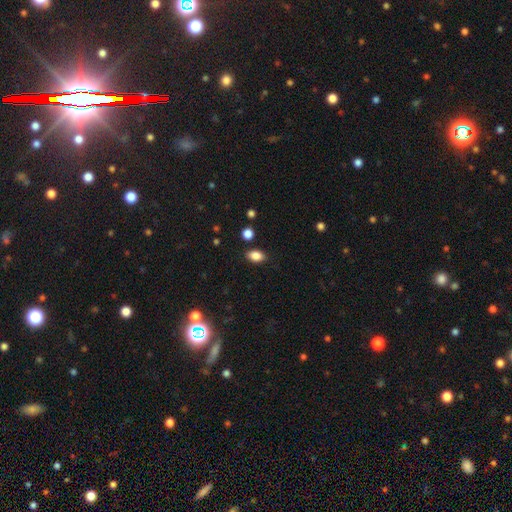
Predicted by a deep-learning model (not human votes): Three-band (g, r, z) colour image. It shows a smooth galaxy with no disk features (86%) that is in between round and cigar-shaped (86%). Merging: none (84%).